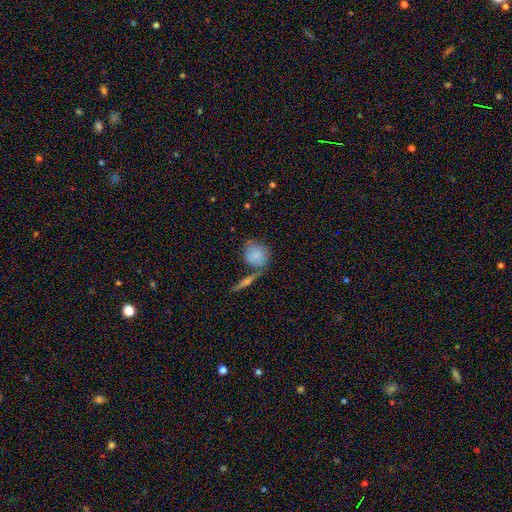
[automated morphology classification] A smooth galaxy with no disk features (80%) that is round (75%).

Vote fractions:
- Smooth or featured? smooth: 80% / featured or disk: 12% / star or artifact: 7%
- How rounded? round: 75% / in between: 23% / cigar-shaped: 3%
- Merging? none: 55% / merger: 22% / minor disturbance: 17% / major disturbance: 6%